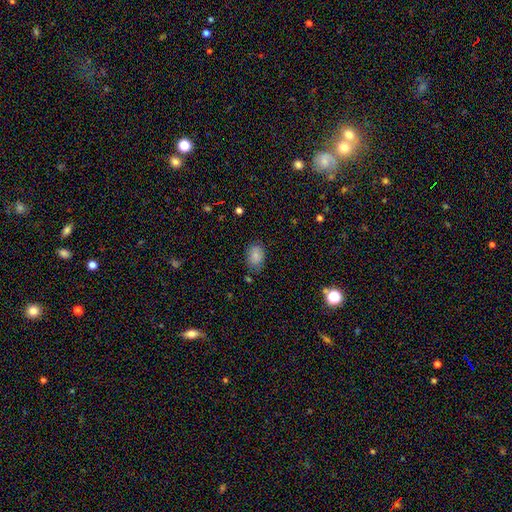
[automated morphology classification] A smooth galaxy with no disk features (85%) that is in between round and cigar-shaped (79%). Merging: none (75%).